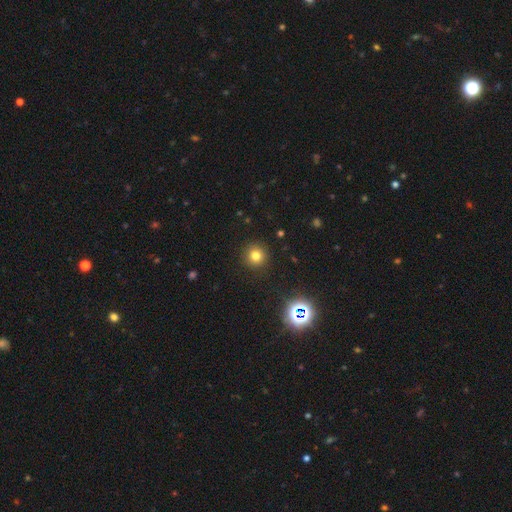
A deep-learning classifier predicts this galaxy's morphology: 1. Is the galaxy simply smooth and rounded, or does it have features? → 76% smooth, 17% star or artifact, 7% featured or disk.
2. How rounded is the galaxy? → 95% round, 4% in between, 1% cigar-shaped.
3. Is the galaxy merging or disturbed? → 92% none, 5% minor disturbance, 2% major disturbance, 1% merger.